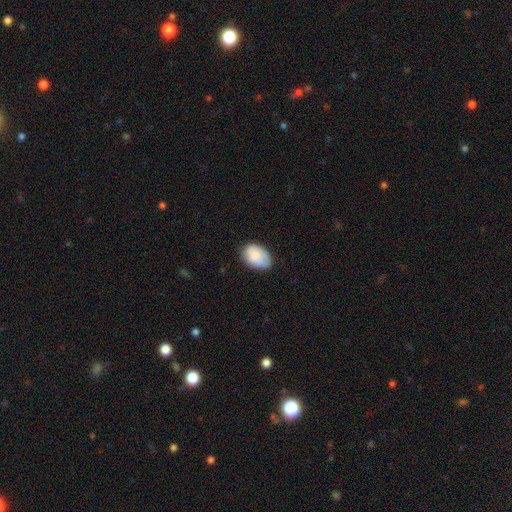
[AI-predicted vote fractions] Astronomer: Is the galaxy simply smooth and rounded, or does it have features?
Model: smooth — 86%.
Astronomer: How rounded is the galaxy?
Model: in between — 88%.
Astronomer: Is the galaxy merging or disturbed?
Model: none — 71%.